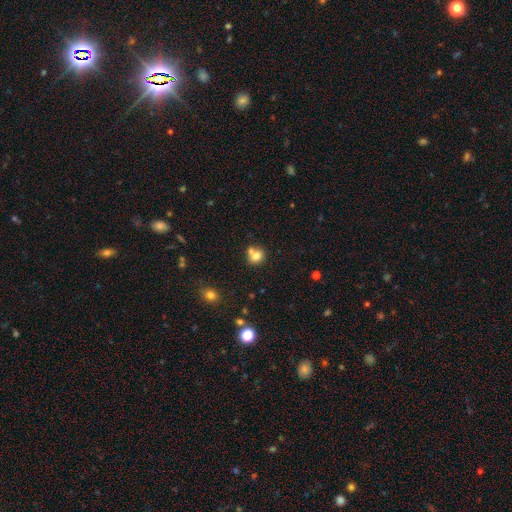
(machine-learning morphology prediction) A smooth galaxy with no disk features (75%) that is round (70%). Merging: merger (44%).